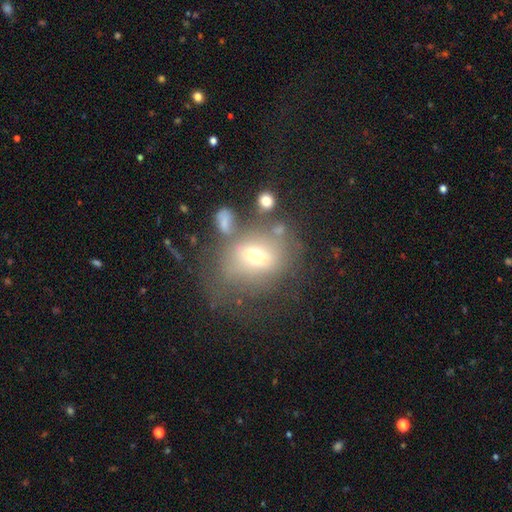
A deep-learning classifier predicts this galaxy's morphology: Smooth or featured?
  - smooth: 50% *
  - featured or disk: 33%
  - star or artifact: 16%
How rounded?
  - round: 52% *
  - in between: 47%
  - cigar-shaped: 2%
Merging?
  - none: 43% *
  - minor disturbance: 21%
  - major disturbance: 19%
  - merger: 17%